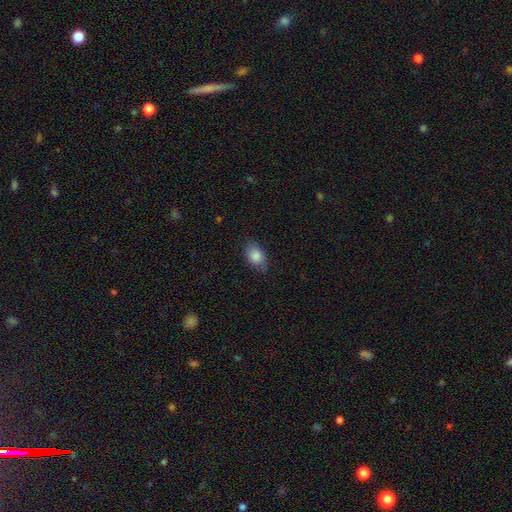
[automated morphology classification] smooth 86%, star or artifact 7%, featured or disk 7%. Down the decision tree: how rounded — in between (86%); merging — none (80%).